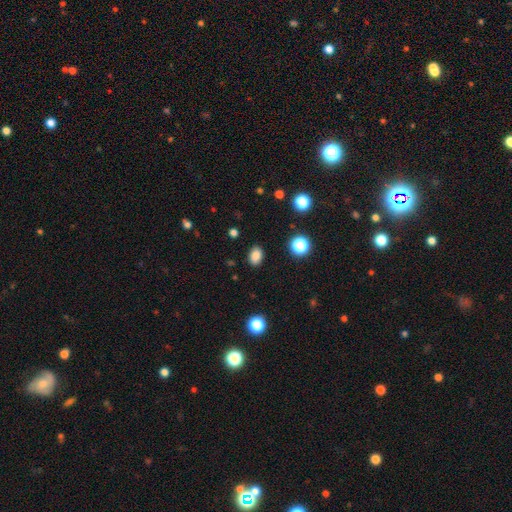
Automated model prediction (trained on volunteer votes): Overall: smooth (84%). How rounded: in between (77%). Merging: none (88%).